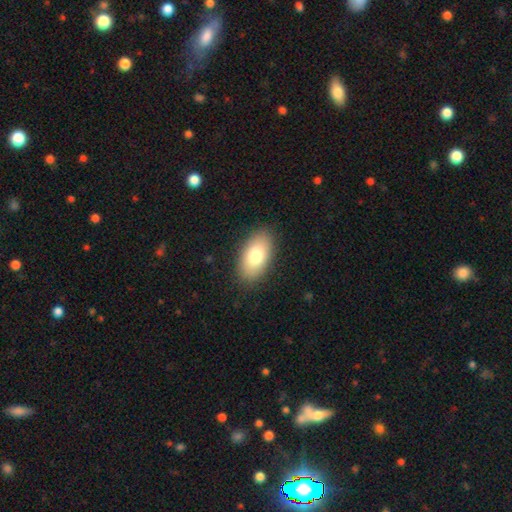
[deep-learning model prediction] Smooth or featured? smooth (77%)
How rounded? in between (93%)
Merging? none (87%)